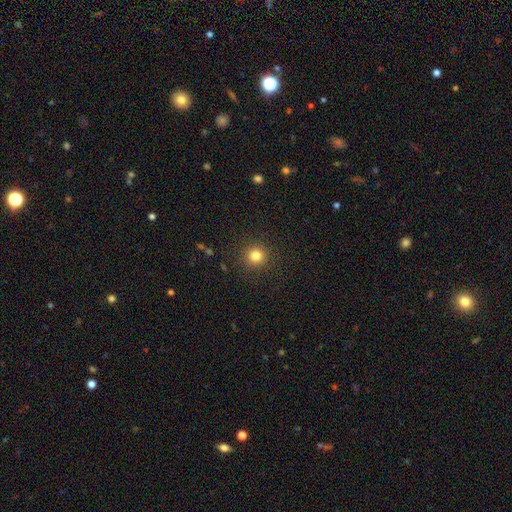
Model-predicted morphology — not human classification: Q: Smooth or featured?
A: smooth (82%); runner-up: star or artifact (13%)
Q: How rounded?
A: round (94%); runner-up: in between (5%)
Q: Merging?
A: none (90%); runner-up: minor disturbance (6%)